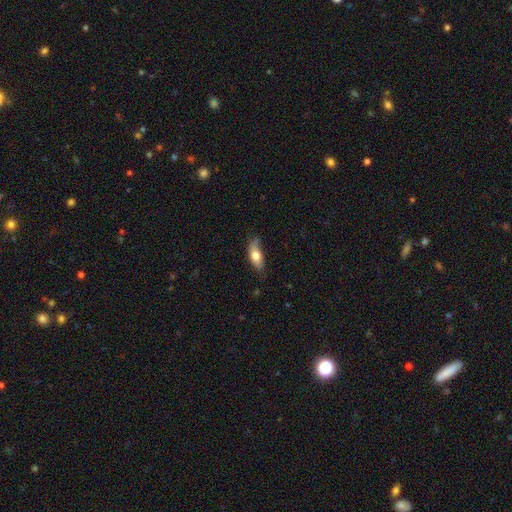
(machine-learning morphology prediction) smooth_or_featured: smooth (p=0.70) [alt: featured or disk p=0.24]
how_rounded: in between (p=0.71) [alt: cigar-shaped p=0.26]
merging: none (p=0.63) [alt: minor disturbance p=0.29]